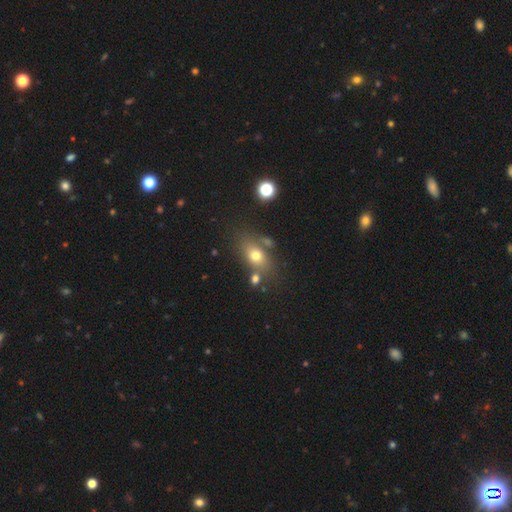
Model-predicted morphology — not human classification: Smooth or featured? Predicted: smooth (p=0.70). How rounded? Predicted: in between (p=0.74). Merging? Predicted: none (p=0.65).